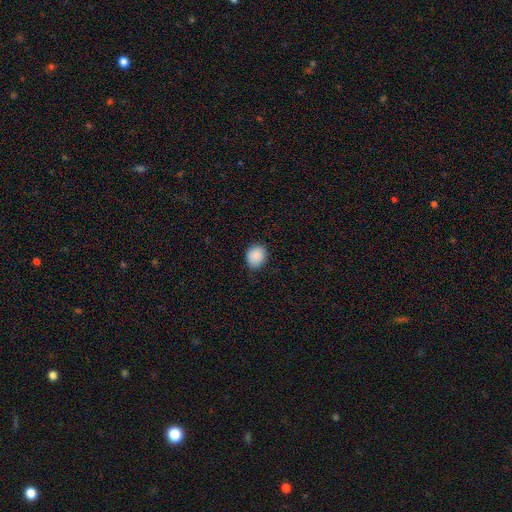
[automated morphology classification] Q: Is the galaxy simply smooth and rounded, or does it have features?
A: smooth — 87%.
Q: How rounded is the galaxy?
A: round — 66%.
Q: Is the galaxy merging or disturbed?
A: none — 78%.